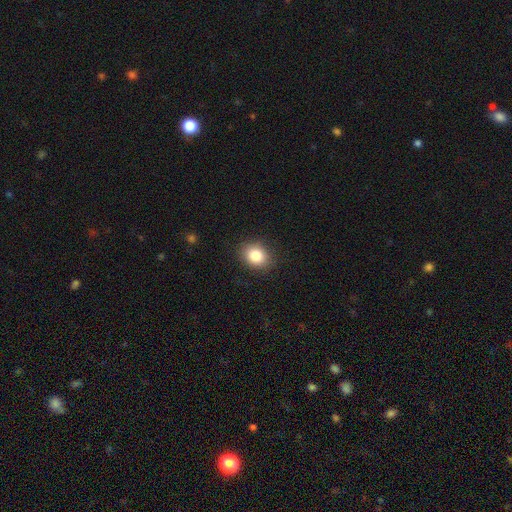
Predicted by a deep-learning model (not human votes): Overall: smooth (84%). How rounded: round (51%; in between 48%). Merging: none (86%).